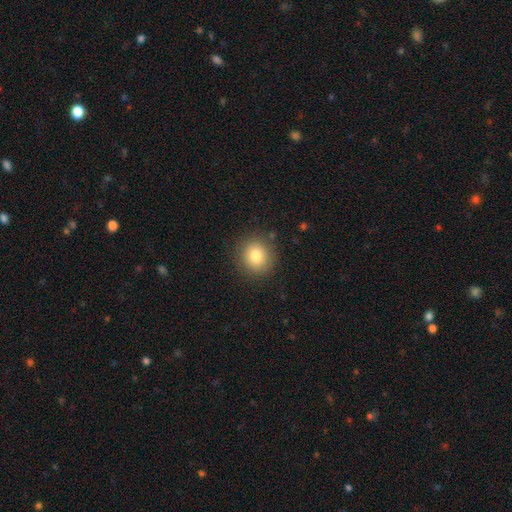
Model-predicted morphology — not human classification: A smooth galaxy with no disk features (80%) that is round (88%). Merging: none (88%).